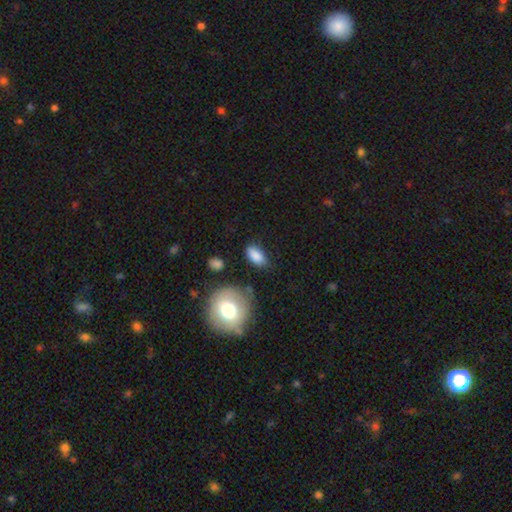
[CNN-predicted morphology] A smooth galaxy with no disk features (85%) that is in between round and cigar-shaped (89%).

Vote fractions:
- Smooth or featured? smooth: 85% / star or artifact: 8% / featured or disk: 7%
- How rounded? in between: 89% / round: 7% / cigar-shaped: 4%
- Merging? none: 69% / minor disturbance: 21% / major disturbance: 6% / merger: 4%